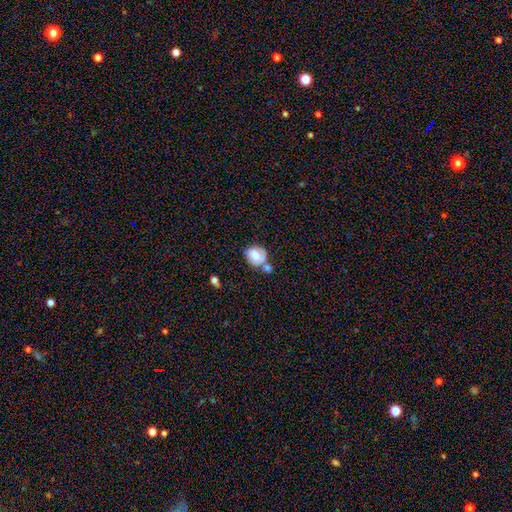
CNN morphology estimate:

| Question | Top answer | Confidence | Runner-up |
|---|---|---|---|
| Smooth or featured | smooth | 60% | featured or disk (31%) |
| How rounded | round | 60% | in between (39%) |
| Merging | none | 44% | merger (27%) |